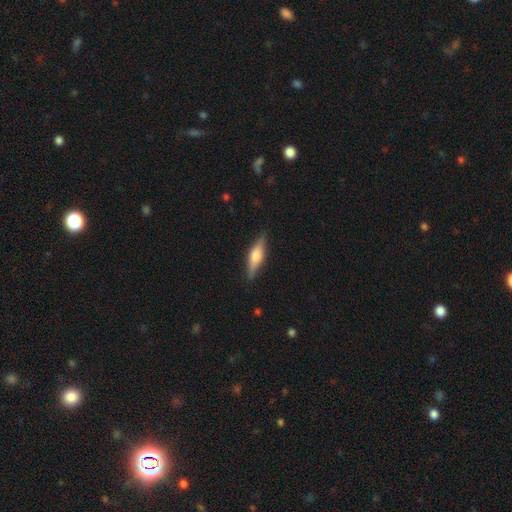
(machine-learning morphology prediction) Smooth or featured? Predicted: featured or disk (p=0.52). Edge-on disk? Predicted: yes (p=0.95). Merging? Predicted: none (p=0.86).